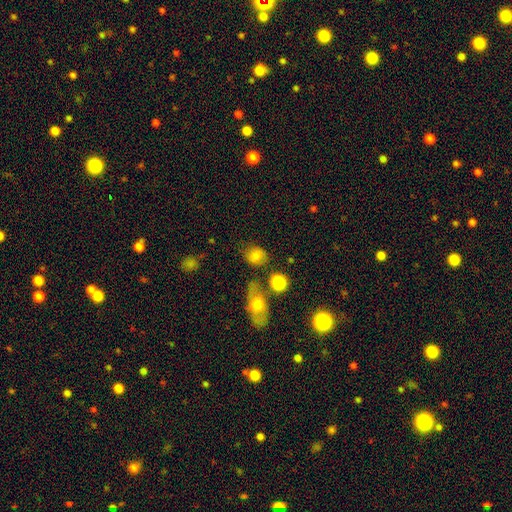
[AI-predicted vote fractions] smooth_or_featured: smooth (p=0.79) [alt: featured or disk p=0.11]
how_rounded: round (p=0.55) [alt: in between p=0.43]
merging: none (p=0.73) [alt: minor disturbance p=0.14]